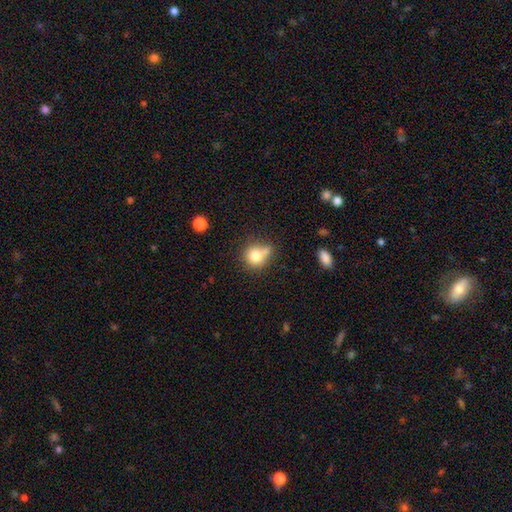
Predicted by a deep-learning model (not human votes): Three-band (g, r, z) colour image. It shows a smooth galaxy with no disk features (77%) that is round (82%). Merging: none (47%).